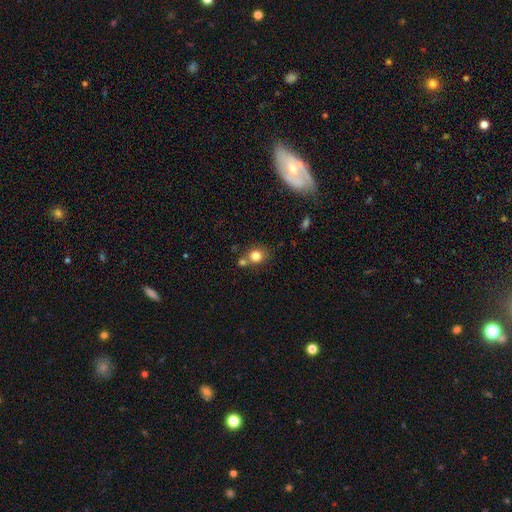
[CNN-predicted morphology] Smooth or featured? smooth (80%)
How rounded? round (77%)
Merging? none (60%)